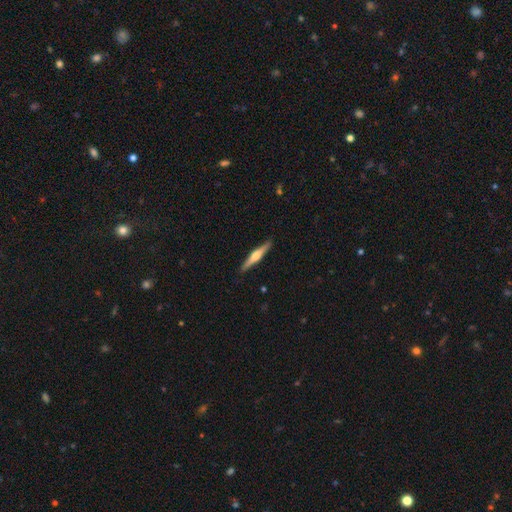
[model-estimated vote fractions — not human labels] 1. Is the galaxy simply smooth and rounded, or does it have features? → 67% featured or disk, 28% smooth, 5% star or artifact.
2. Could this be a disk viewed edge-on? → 98% yes, 2% no.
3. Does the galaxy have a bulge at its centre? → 89% rounded, 8% boxy, 4% none.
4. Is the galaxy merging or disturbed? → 91% none, 7% minor disturbance, 1% major disturbance, 1% merger.